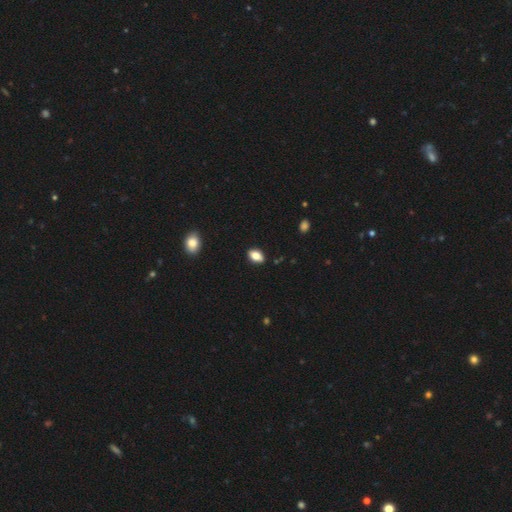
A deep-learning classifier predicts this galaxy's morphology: A smooth galaxy with no disk features (80%) that is in between round and cigar-shaped (88%). Merging: none (86%).